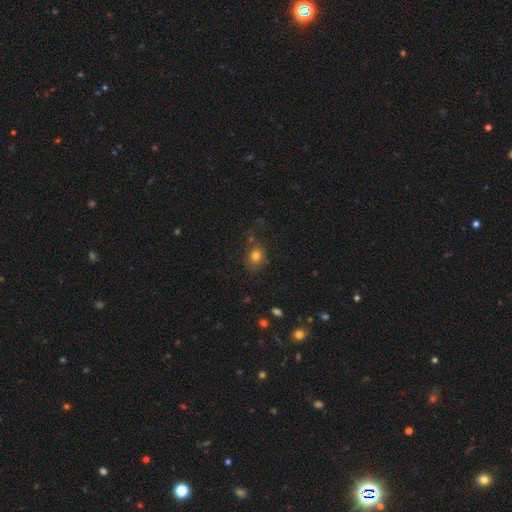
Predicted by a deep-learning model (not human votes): smooth-or-featured: smooth: 79% | star or artifact: 12% | featured or disk: 9%
  how-rounded: round: 61% | in between: 38% | cigar-shaped: 1%
  merging: none: 69% | minor disturbance: 19% | major disturbance: 7% | merger: 4%